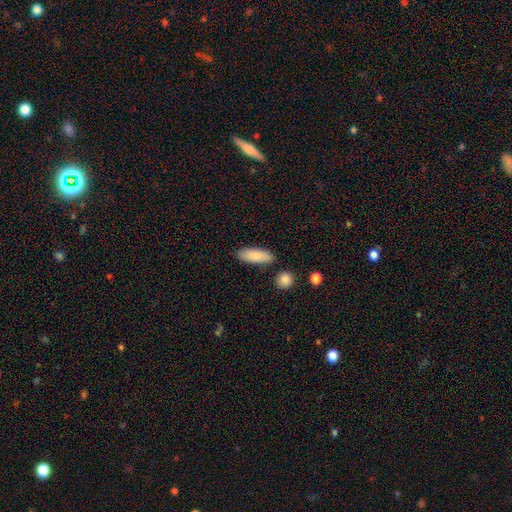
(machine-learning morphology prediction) Smooth or featured? Predicted: smooth (p=0.86). How rounded? Predicted: in between (p=0.68). Merging? Predicted: none (p=0.83).